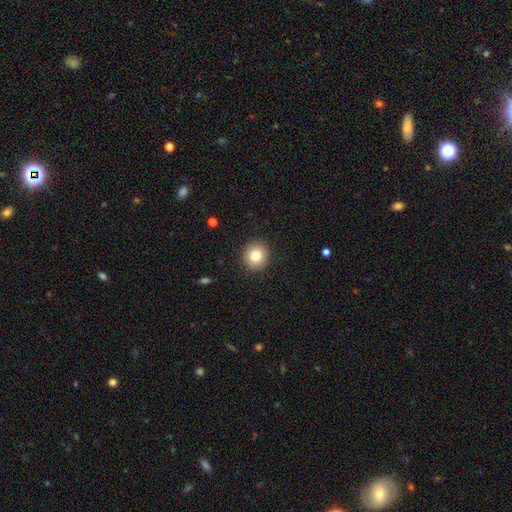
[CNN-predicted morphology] Smooth or featured?
  - smooth: 81% *
  - star or artifact: 10%
  - featured or disk: 9%
How rounded?
  - round: 87% *
  - in between: 12%
  - cigar-shaped: 1%
Merging?
  - none: 91% *
  - minor disturbance: 6%
  - major disturbance: 2%
  - merger: 1%